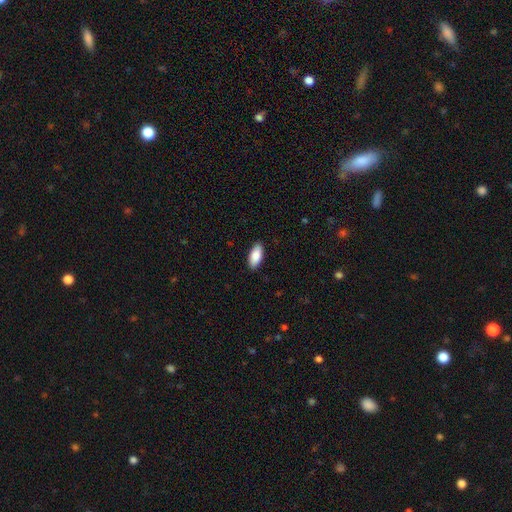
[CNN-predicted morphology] This is clearly a smooth galaxy (88%). How rounded: clearly in between (90%). Merging: clearly none (89%).